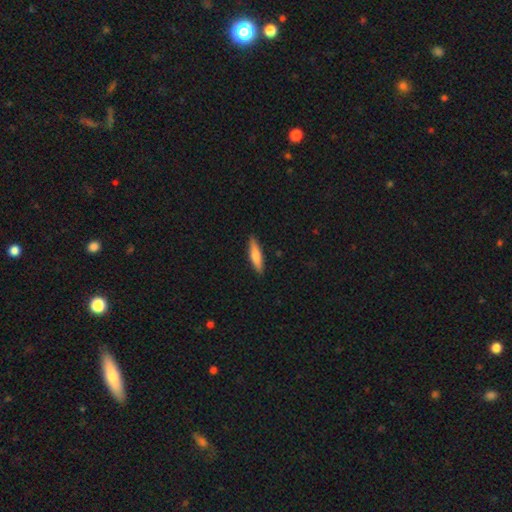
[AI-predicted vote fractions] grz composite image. It shows a smooth galaxy with no disk features (71%) that is cigar-shaped (74%). Merging: none (89%).